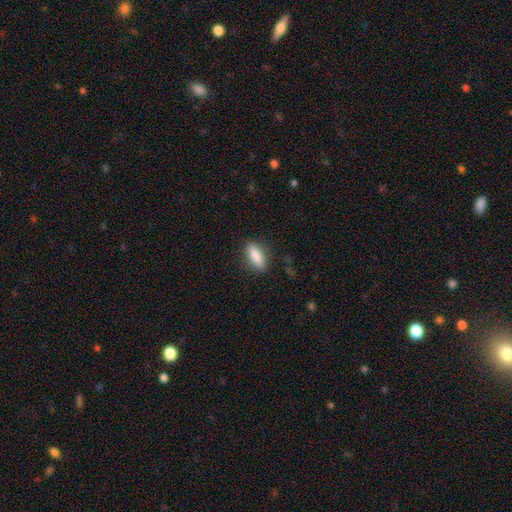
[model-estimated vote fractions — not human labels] Smooth or featured? smooth (84%)
How rounded? in between (67%)
Merging? none (85%)